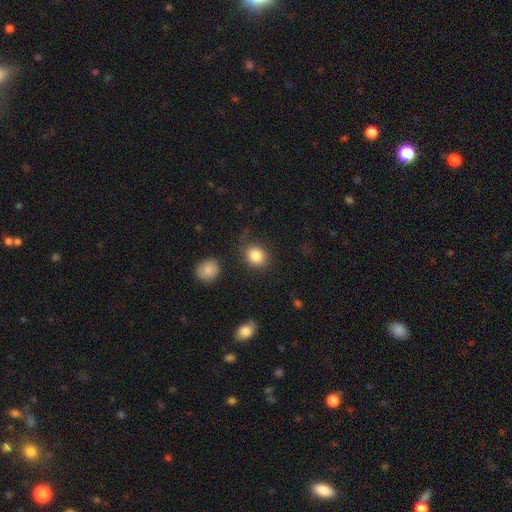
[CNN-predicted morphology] A smooth galaxy with no disk features (85%) that is round (67%).

Vote fractions:
- Smooth or featured? smooth: 85% / star or artifact: 9% / featured or disk: 5%
- How rounded? round: 67% / in between: 32% / cigar-shaped: 1%
- Merging? none: 80% / minor disturbance: 13% / major disturbance: 5% / merger: 3%